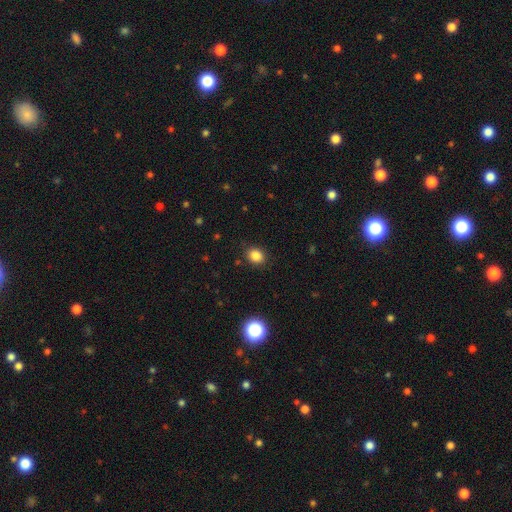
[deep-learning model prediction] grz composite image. It shows a smooth galaxy with no disk features (85%) that is round (56%). Merging: none (88%).